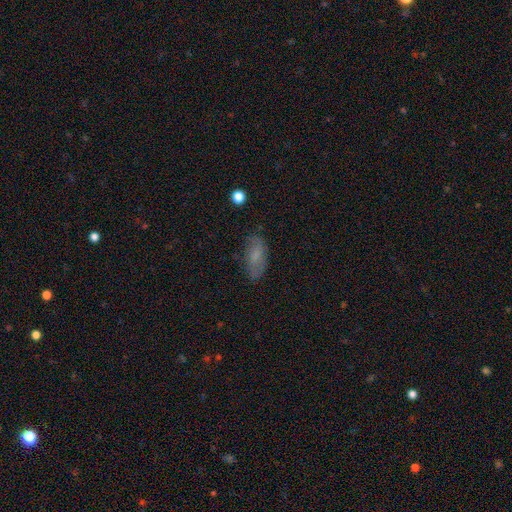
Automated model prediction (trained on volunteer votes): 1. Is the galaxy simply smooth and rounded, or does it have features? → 68% smooth, 23% featured or disk, 9% star or artifact.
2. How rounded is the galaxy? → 85% in between, 13% cigar-shaped, 3% round.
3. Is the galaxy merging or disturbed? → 76% none, 18% minor disturbance, 5% major disturbance, 2% merger.